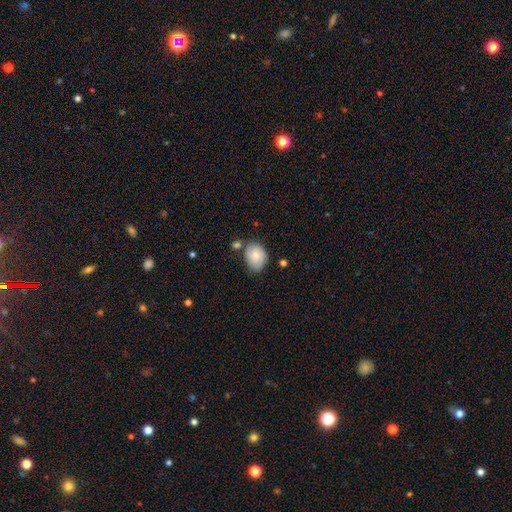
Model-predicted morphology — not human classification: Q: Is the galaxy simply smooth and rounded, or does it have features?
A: smooth — 77%.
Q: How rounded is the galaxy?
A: in between — 64%.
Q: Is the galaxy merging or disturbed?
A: none — 62%.